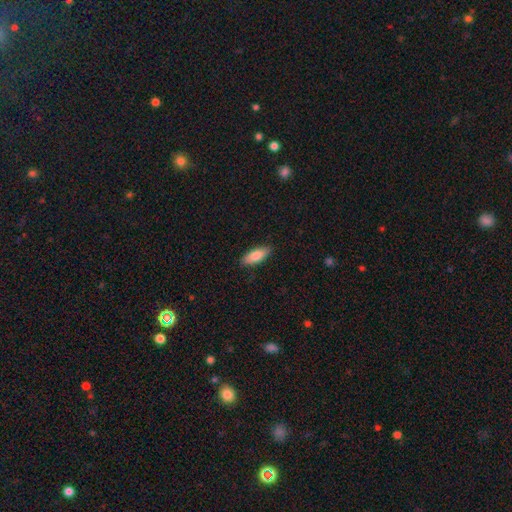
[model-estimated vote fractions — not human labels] Overall: smooth (84%). How rounded: in between (74%). Merging: none (87%).